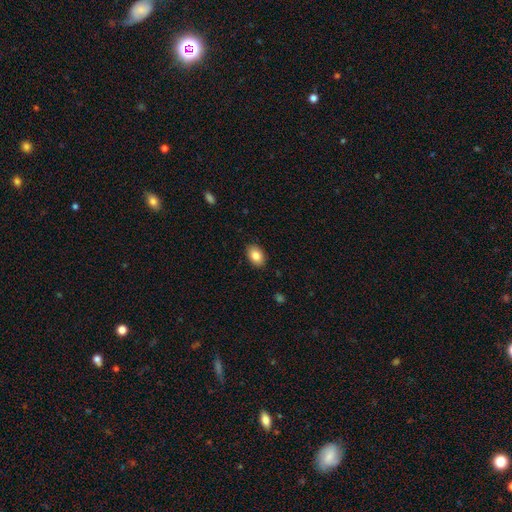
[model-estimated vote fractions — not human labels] A smooth galaxy with no disk features (85%) that is in between round and cigar-shaped (85%).

Vote fractions:
- Smooth or featured? smooth: 85% / featured or disk: 8% / star or artifact: 8%
- How rounded? in between: 85% / round: 14% / cigar-shaped: 1%
- Merging? none: 88% / minor disturbance: 9% / major disturbance: 2% / merger: 1%